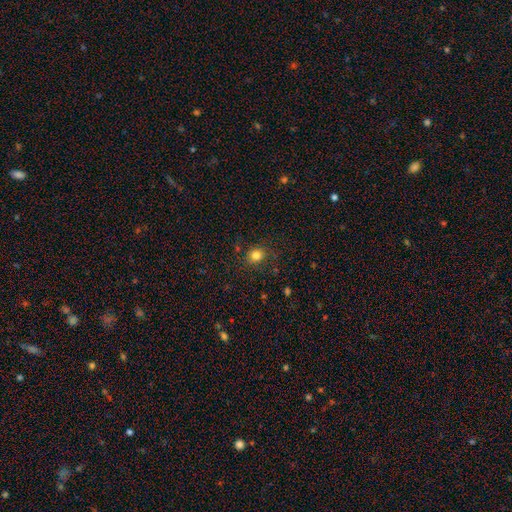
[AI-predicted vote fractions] smooth_or_featured: smooth (p=0.81) [alt: star or artifact p=0.13]
how_rounded: round (p=0.76) [alt: in between p=0.24]
merging: none (p=0.83) [alt: minor disturbance p=0.11]